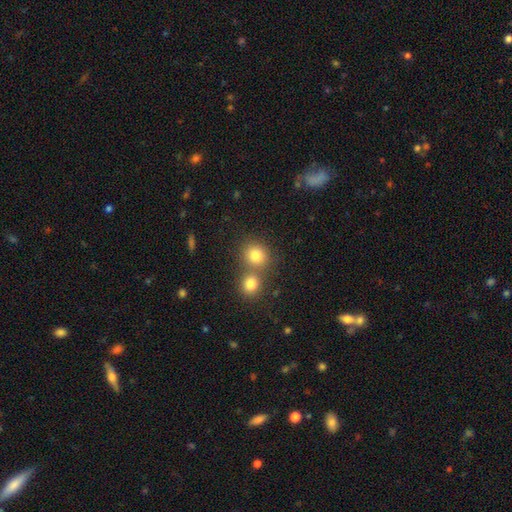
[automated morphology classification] This appears to be a smooth galaxy with no disk features (81%) that is round (83%). Merging: none (54%).